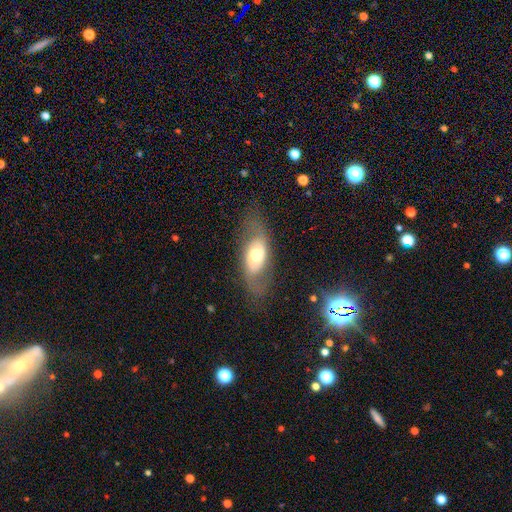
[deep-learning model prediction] smooth-or-featured: featured or disk: 57% | smooth: 35% | star or artifact: 7%
  disk-edge-on: no: 86% | yes: 14%
  merging: none: 66% | minor disturbance: 18% | major disturbance: 14% | merger: 2%